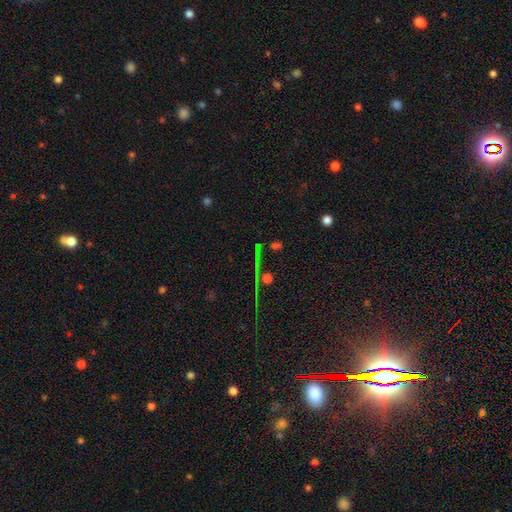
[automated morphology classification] smooth-or-featured: star or artifact: 63% | featured or disk: 20% | smooth: 17%